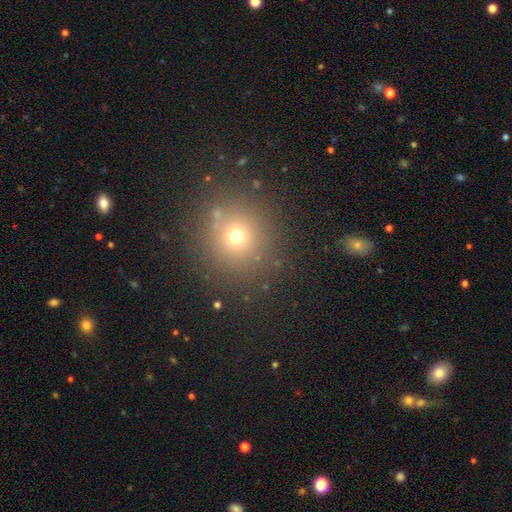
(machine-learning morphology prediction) smooth_or_featured: smooth (p=0.60) [alt: star or artifact p=0.30]
how_rounded: round (p=0.91) [alt: in between p=0.08]
merging: none (p=0.86) [alt: minor disturbance p=0.08]